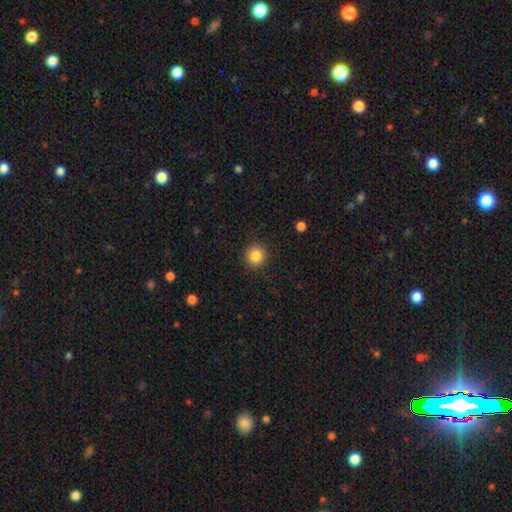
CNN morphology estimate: A smooth galaxy with no disk features (86%) that is round (94%). Merging: none (91%).